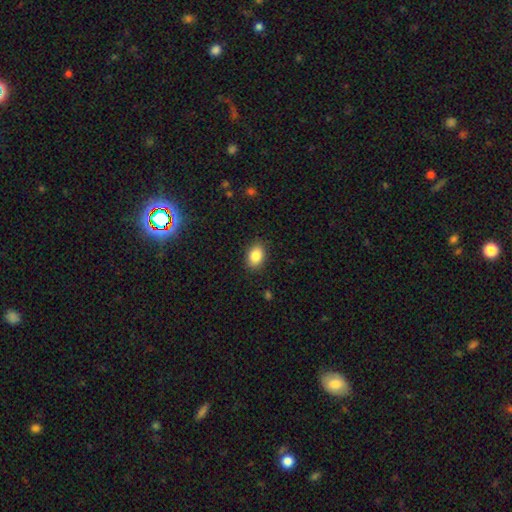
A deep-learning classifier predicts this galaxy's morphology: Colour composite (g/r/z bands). It shows a smooth galaxy with no disk features (86%) that is in between round and cigar-shaped (80%). Merging: none (88%).